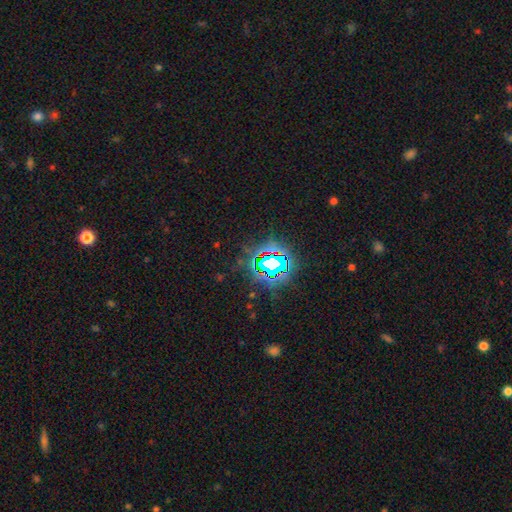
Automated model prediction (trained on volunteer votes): Smooth or featured? Predicted: star or artifact (p=0.82).